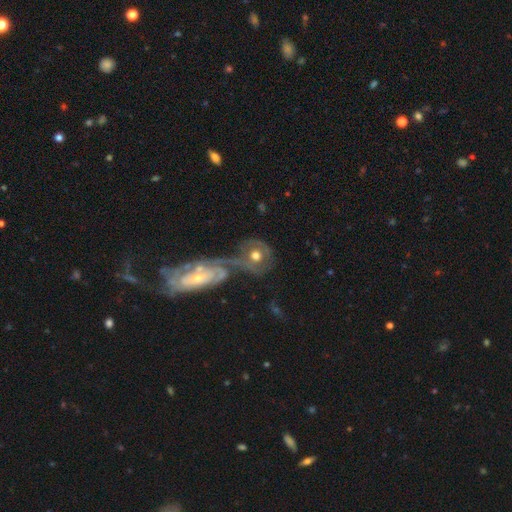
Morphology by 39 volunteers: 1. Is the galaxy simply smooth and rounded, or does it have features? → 62% featured or disk, 31% smooth, 8% star or artifact.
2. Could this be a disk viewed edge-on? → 88% no, 12% yes.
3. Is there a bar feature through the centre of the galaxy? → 90% no, 10% weak, 0% strong.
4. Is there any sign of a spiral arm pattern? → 76% no, 24% yes.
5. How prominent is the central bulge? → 67% moderate, 24% large, 5% dominant, 5% small, 0% none.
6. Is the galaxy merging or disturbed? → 61% merger, 25% none, 8% minor disturbance, 6% major disturbance.